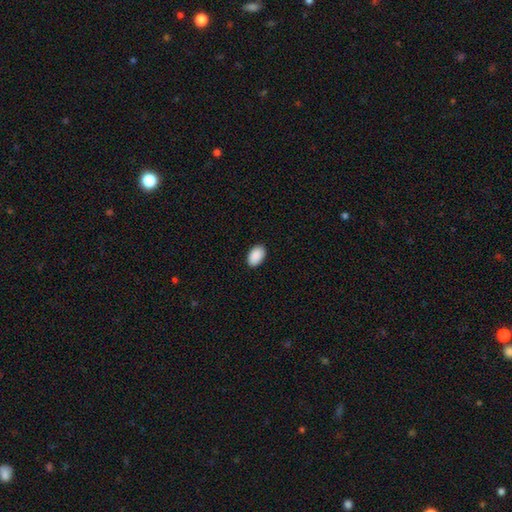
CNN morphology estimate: Smooth or featured?
  - smooth: 91% *
  - star or artifact: 6%
  - featured or disk: 2%
How rounded?
  - in between: 93% *
  - round: 6%
  - cigar-shaped: 1%
Merging?
  - none: 90% *
  - minor disturbance: 8%
  - major disturbance: 2%
  - merger: 1%